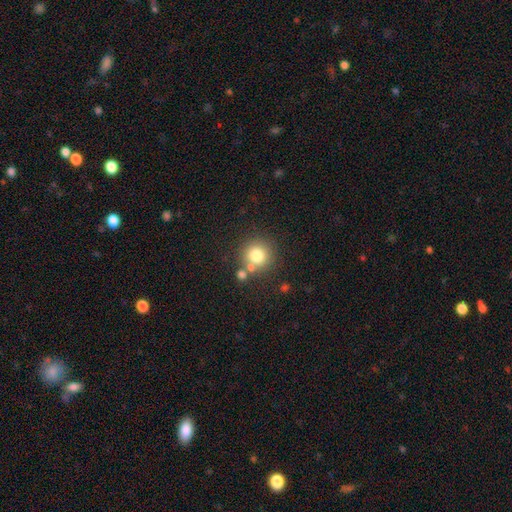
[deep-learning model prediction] Smooth or featured? Predicted: smooth (p=0.77). How rounded? Predicted: round (p=0.92). Merging? Predicted: none (p=0.70).